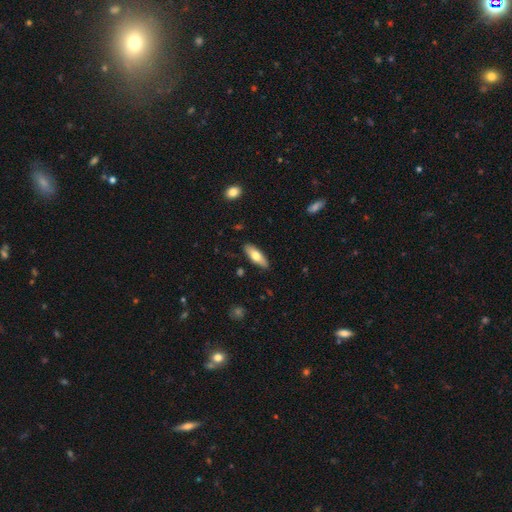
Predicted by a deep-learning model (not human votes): Smooth or featured?
  - smooth: 68% *
  - featured or disk: 26%
  - star or artifact: 6%
How rounded?
  - in between: 60% *
  - cigar-shaped: 37%
  - round: 2%
Merging?
  - none: 87% *
  - minor disturbance: 10%
  - major disturbance: 2%
  - merger: 1%